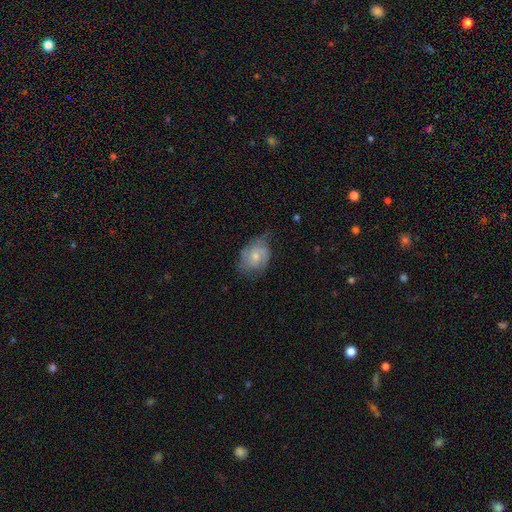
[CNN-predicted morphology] type=featured or disk (53%); edge-on=no (97%); bar=no (71%); spiral arms=yes (81%); bulge=small (52%); merging=none (50%).